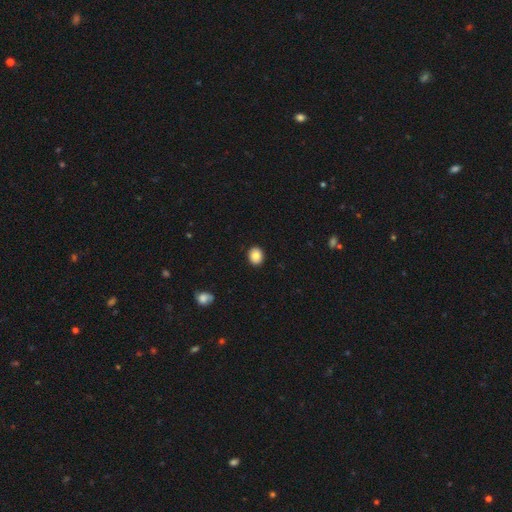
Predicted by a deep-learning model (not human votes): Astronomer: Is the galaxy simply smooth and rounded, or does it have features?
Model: smooth — 85%.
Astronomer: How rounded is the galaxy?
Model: round — 56% (runner-up: in between, 43%).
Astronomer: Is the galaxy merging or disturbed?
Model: none — 91%.